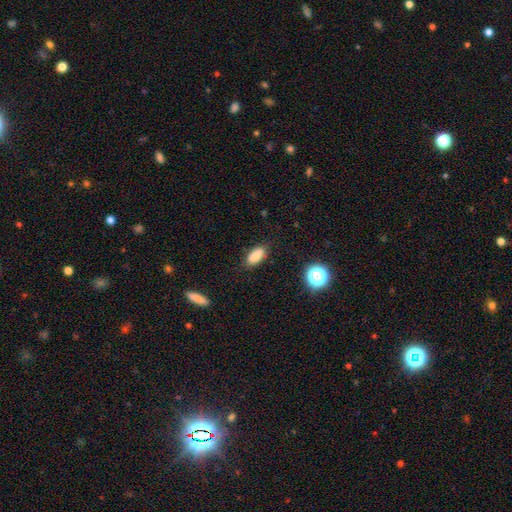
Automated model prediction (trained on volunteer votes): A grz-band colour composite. It shows a smooth galaxy with no disk features (85%) that is in between round and cigar-shaped (85%). Merging: none (84%).